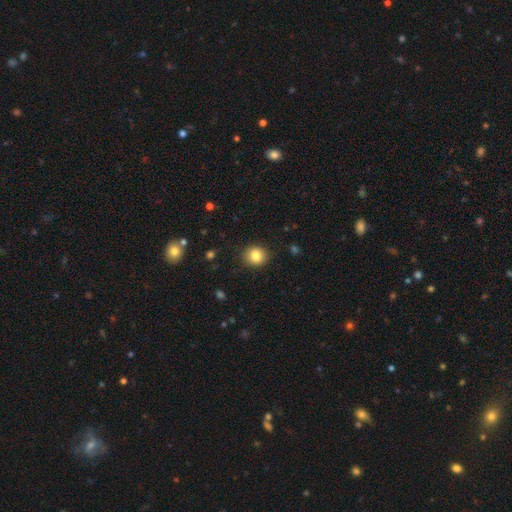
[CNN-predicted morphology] Smooth or featured: smooth — 84% (star or artifact — 10%)
How rounded: round — 84% (in between — 15%)
Merging: none — 89% (minor disturbance — 7%)